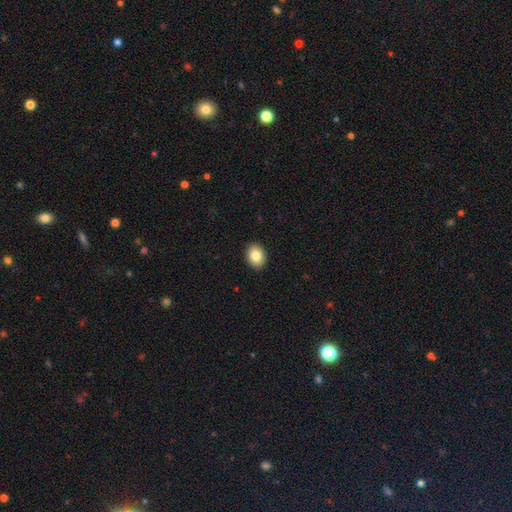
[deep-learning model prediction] Smooth or featured?
  - smooth: 83% *
  - star or artifact: 9%
  - featured or disk: 8%
How rounded?
  - in between: 59% *
  - round: 41%
  - cigar-shaped: 1%
Merging?
  - none: 91% *
  - minor disturbance: 6%
  - major disturbance: 2%
  - merger: 1%